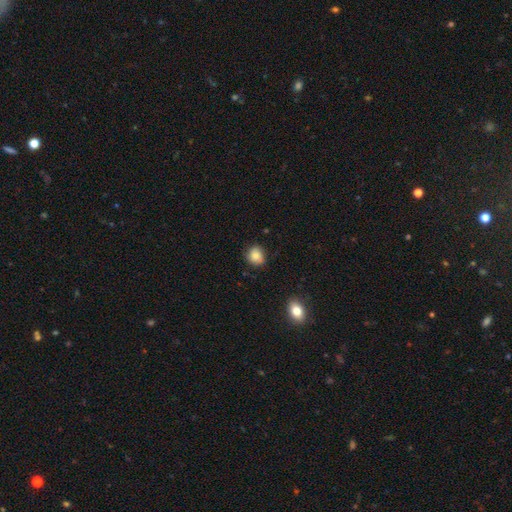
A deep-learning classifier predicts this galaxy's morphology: A smooth galaxy with no disk features (82%) that is round (70%).

Vote fractions:
- Smooth or featured? smooth: 82% / star or artifact: 10% / featured or disk: 8%
- How rounded? round: 70% / in between: 29% / cigar-shaped: 1%
- Merging? none: 76% / minor disturbance: 19% / major disturbance: 3% / merger: 1%